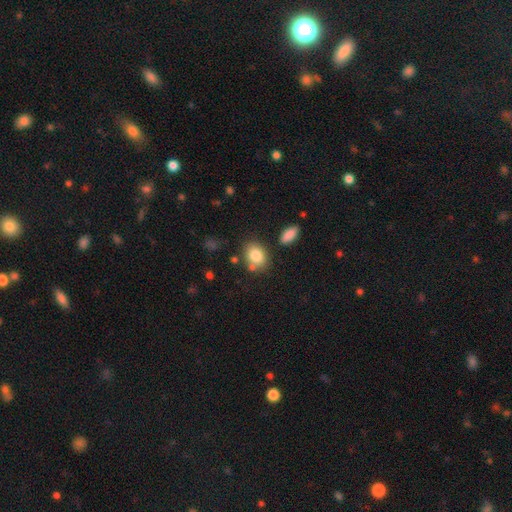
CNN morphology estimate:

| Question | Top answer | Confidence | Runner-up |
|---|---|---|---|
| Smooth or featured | smooth | 82% | featured or disk (10%) |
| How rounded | in between | 59% | round (40%) |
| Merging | none | 69% | minor disturbance (14%) |